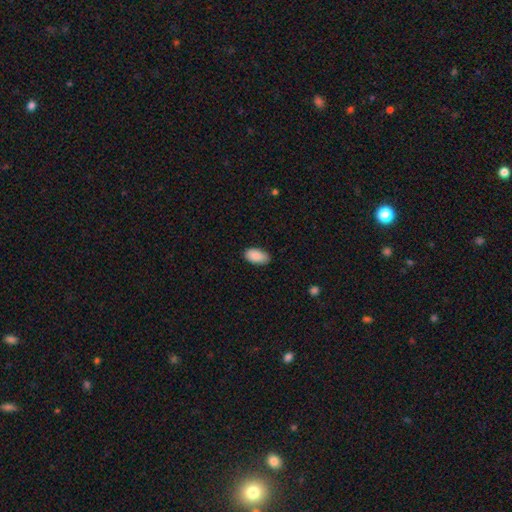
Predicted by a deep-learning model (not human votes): A smooth galaxy with no disk features (89%) that is in between round and cigar-shaped (95%). Merging: none (83%).